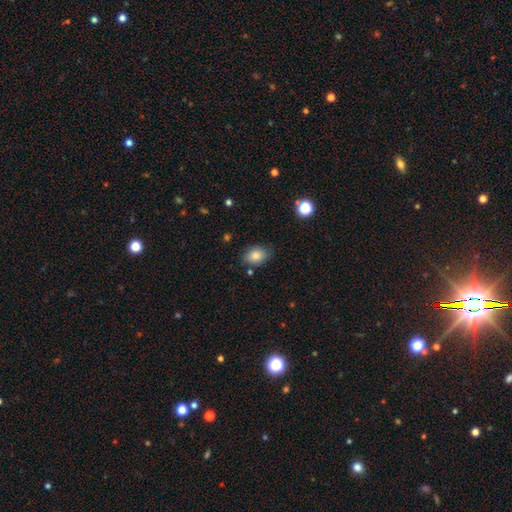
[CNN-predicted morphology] smooth-or-featured: smooth: 84% | star or artifact: 9% | featured or disk: 7%
  how-rounded: in between: 73% | round: 26% | cigar-shaped: 1%
  merging: none: 77% | minor disturbance: 17% | major disturbance: 3% | merger: 3%